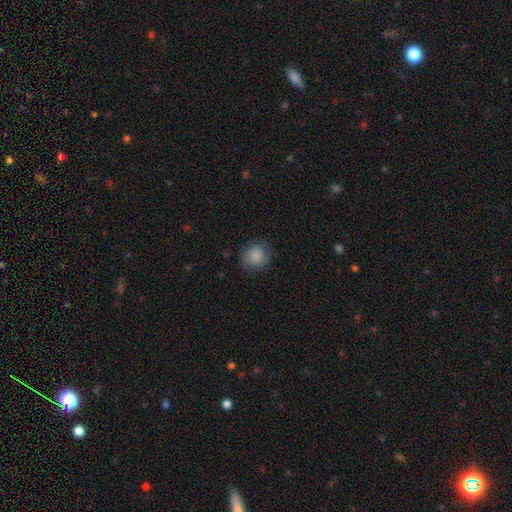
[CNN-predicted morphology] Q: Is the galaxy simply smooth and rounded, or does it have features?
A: smooth — 86%.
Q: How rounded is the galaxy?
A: round — 82%.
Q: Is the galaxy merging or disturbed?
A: none — 79%.